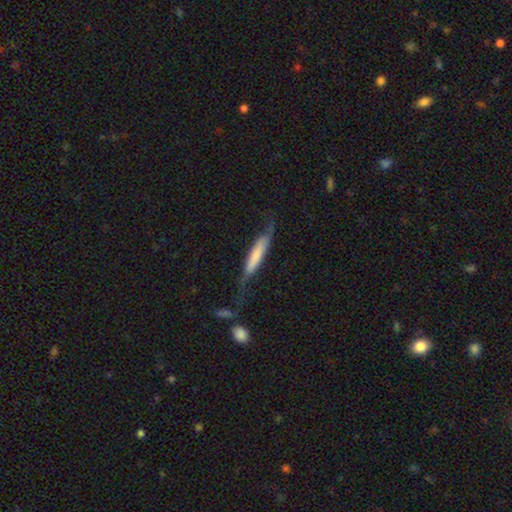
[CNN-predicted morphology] smooth-or-featured: smooth: 55% | featured or disk: 40% | star or artifact: 6%
  how-rounded: cigar-shaped: 87% | in between: 11% | round: 2%
  merging: none: 43% | minor disturbance: 27% | major disturbance: 24% | merger: 6%